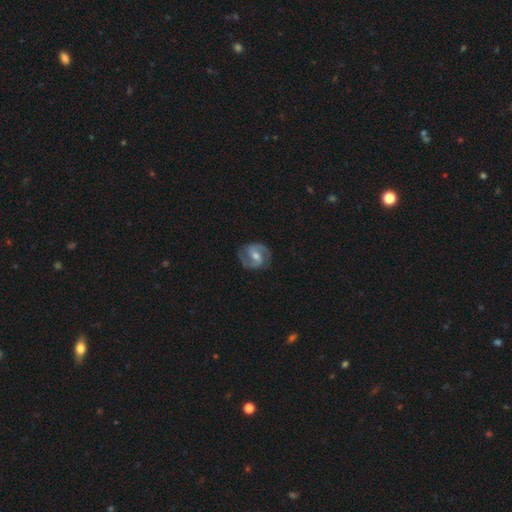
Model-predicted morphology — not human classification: smooth_or_featured: featured or disk (p=0.87) [alt: smooth p=0.08]
disk_edge_on: no (p=0.98) [alt: yes p=0.02]
bar: weak (p=0.52) [alt: strong p=0.27]
has_spiral_arms: yes (p=0.97) [alt: no p=0.03]
spiral_winding: medium (p=0.56) [alt: tight p=0.32]
spiral_arm_count: 2 (p=0.92) [alt: can't tell p=0.03]
bulge_size: moderate (p=0.62) [alt: small p=0.30]
merging: none (p=0.84) [alt: minor disturbance p=0.12]